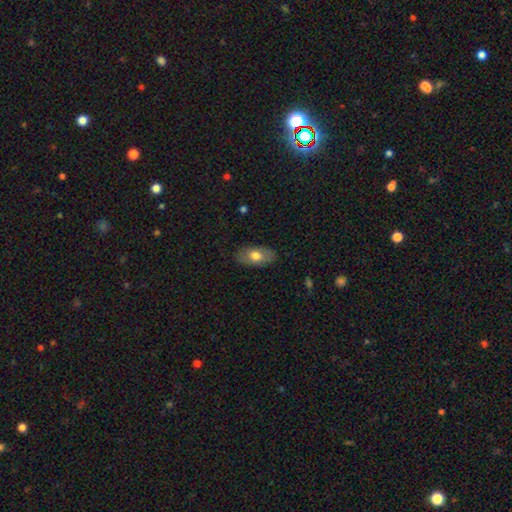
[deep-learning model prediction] Smooth or featured?
  - smooth: 72% *
  - featured or disk: 21%
  - star or artifact: 7%
How rounded?
  - in between: 91% *
  - round: 5%
  - cigar-shaped: 4%
Merging?
  - none: 84% *
  - minor disturbance: 12%
  - major disturbance: 3%
  - merger: 1%